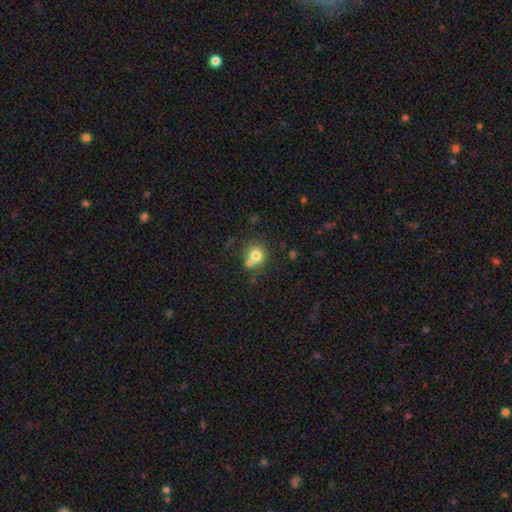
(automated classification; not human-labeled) smooth 77%, featured or disk 12%, star or artifact 12%. Down the decision tree: how rounded — round (84%); merging — none (54%).